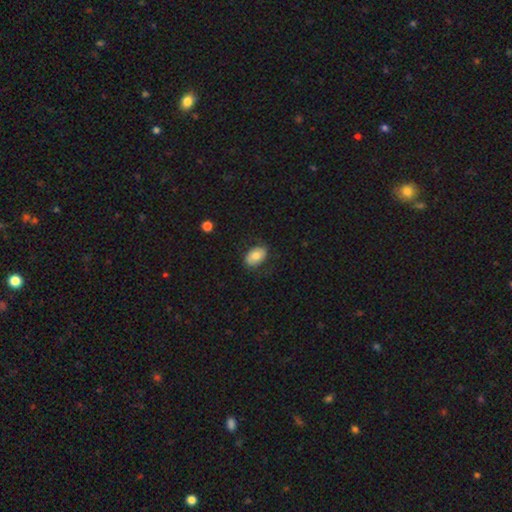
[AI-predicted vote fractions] Morphology: type=smooth (74%); roundness=in between (88%); merging=none (78%).